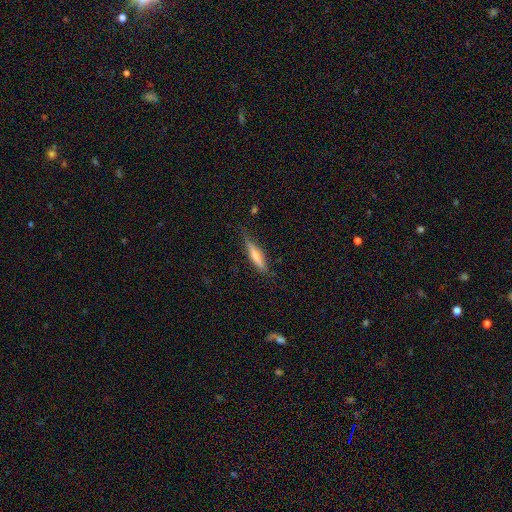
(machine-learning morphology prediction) smooth-or-featured: featured or disk: 48% | smooth: 45% | star or artifact: 7%
  merging: none: 77% | minor disturbance: 18% | major disturbance: 4% | merger: 2%